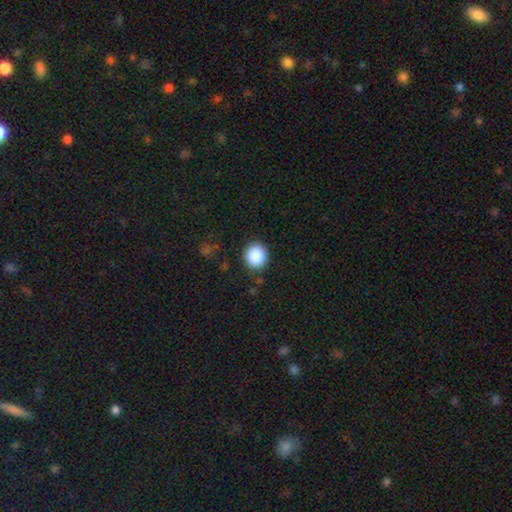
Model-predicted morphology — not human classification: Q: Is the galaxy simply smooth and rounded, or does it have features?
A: smooth — 89%.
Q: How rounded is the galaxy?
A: round — 87%.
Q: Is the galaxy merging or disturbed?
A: none — 88%.